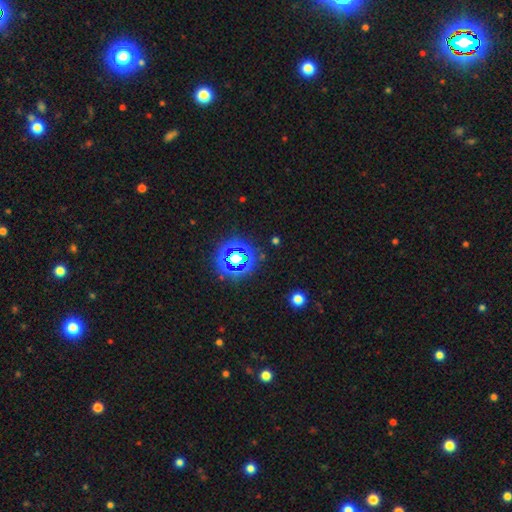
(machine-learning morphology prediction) A star or artifact, not a galaxy (71%).